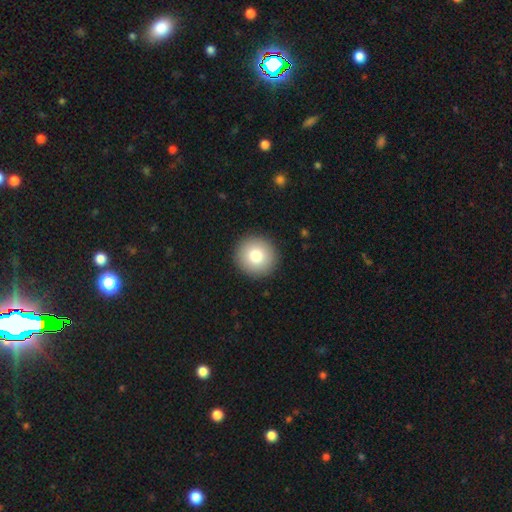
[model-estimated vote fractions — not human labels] Q: Smooth or featured?
A: smooth (80%); runner-up: featured or disk (11%)
Q: How rounded?
A: round (95%); runner-up: in between (4%)
Q: Merging?
A: none (93%); runner-up: minor disturbance (5%)